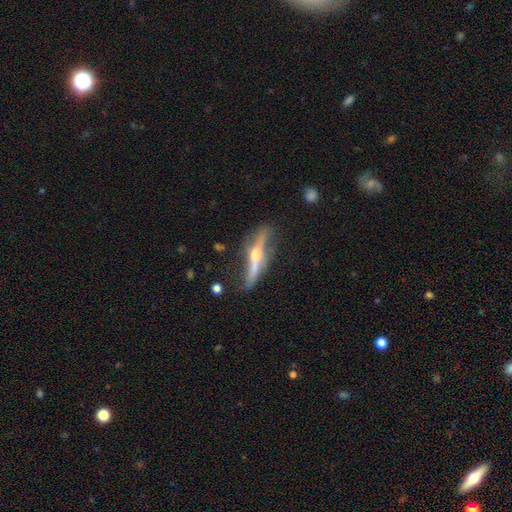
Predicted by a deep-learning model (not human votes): smooth-or-featured: featured or disk: 77% | smooth: 17% | star or artifact: 6%
  disk-edge-on: yes: 89% | no: 11%
    edge-on-bulge: rounded: 91% | none: 5% | boxy: 4%
  merging: none: 66% | minor disturbance: 22% | major disturbance: 9% | merger: 4%